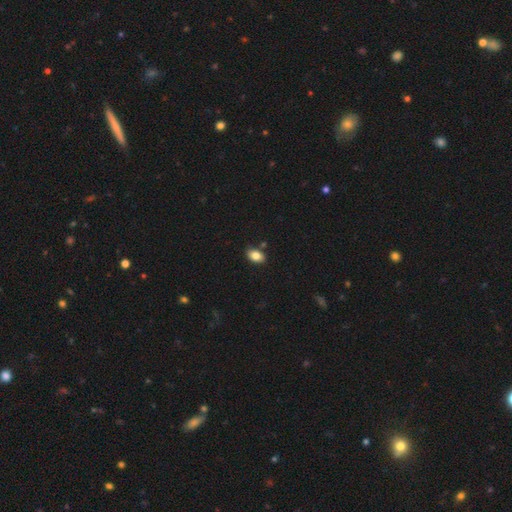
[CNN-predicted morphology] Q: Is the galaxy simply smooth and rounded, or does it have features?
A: smooth — 84%.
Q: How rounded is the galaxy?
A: in between — 87%.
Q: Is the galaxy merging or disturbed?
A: none — 82%.